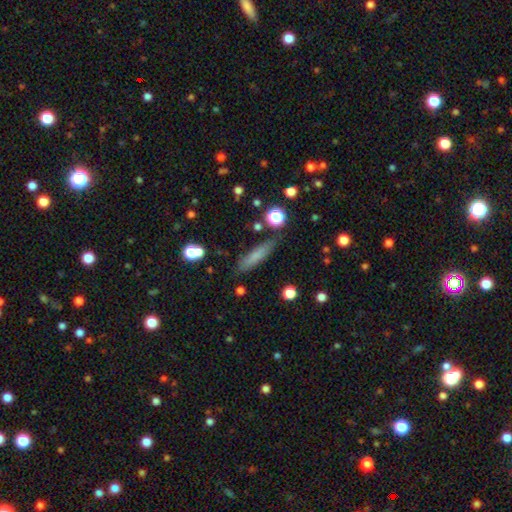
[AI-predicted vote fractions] smooth-or-featured: smooth: 73% | featured or disk: 17% | star or artifact: 9%
  how-rounded: cigar-shaped: 78% | in between: 19% | round: 3%
  merging: none: 81% | minor disturbance: 13% | major disturbance: 3% | merger: 3%